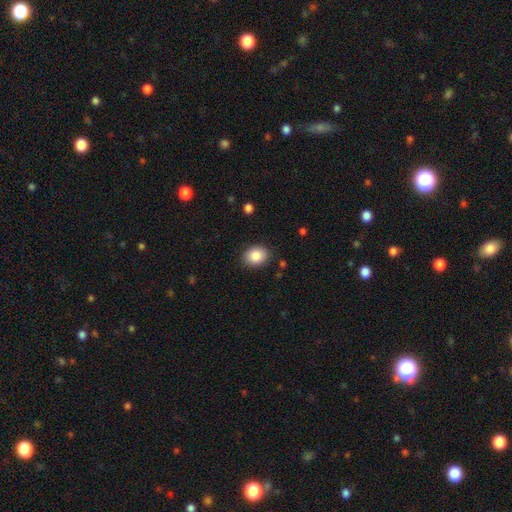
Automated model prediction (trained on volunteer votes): Morphology: type=smooth (87%); roundness=in between (56%); merging=none (87%).